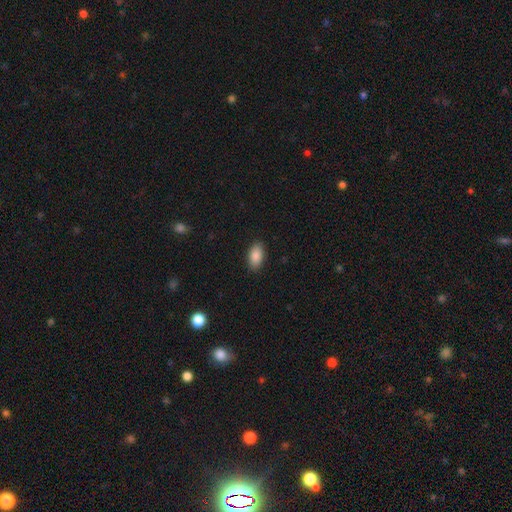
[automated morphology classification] This appears to be a smooth galaxy with no disk features (89%) that is in between round and cigar-shaped (93%). Merging: none (88%).